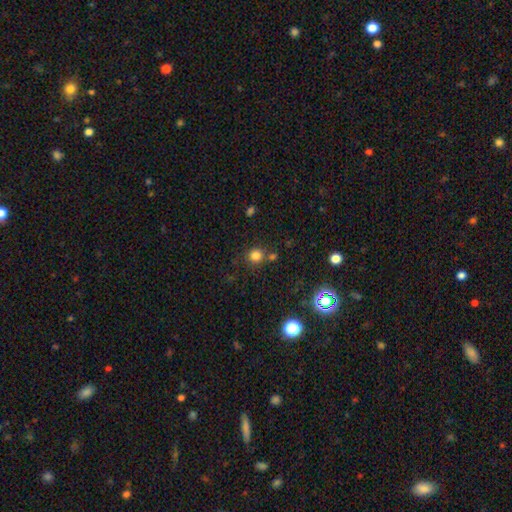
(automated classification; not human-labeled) Overall: smooth (79%). How rounded: round (90%). Merging: none (74%).